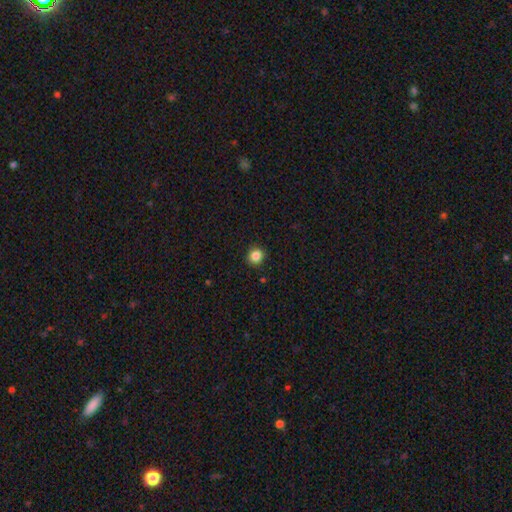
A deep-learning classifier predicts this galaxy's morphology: This appears to be a smooth galaxy with no disk features (85%) that is round (89%). Merging: none (91%).